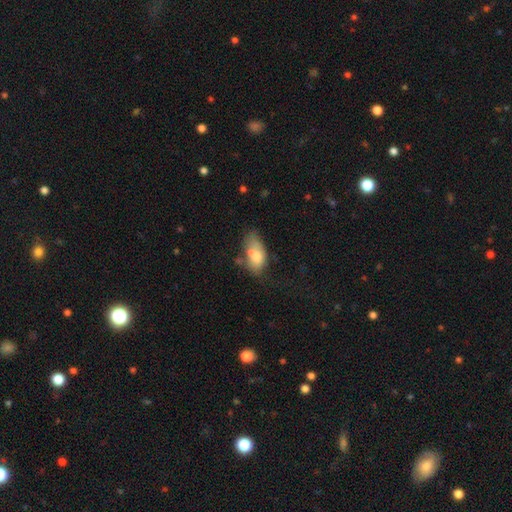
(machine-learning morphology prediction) A smooth galaxy with no disk features (71%) that is in between round and cigar-shaped (91%). Merging: none (33%).